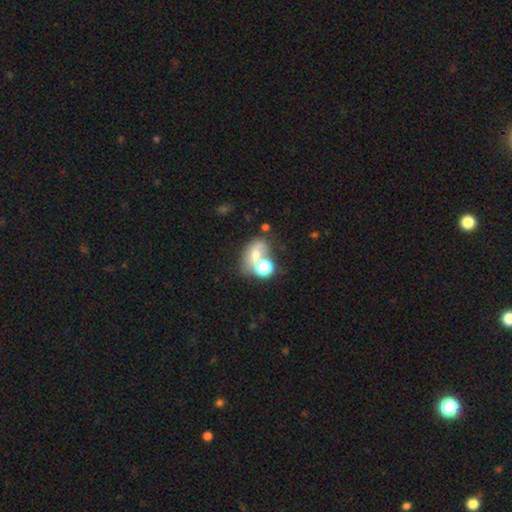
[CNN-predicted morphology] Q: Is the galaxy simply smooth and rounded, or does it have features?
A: smooth — 58%.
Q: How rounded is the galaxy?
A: in between — 70%.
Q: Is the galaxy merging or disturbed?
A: merger — 43%.